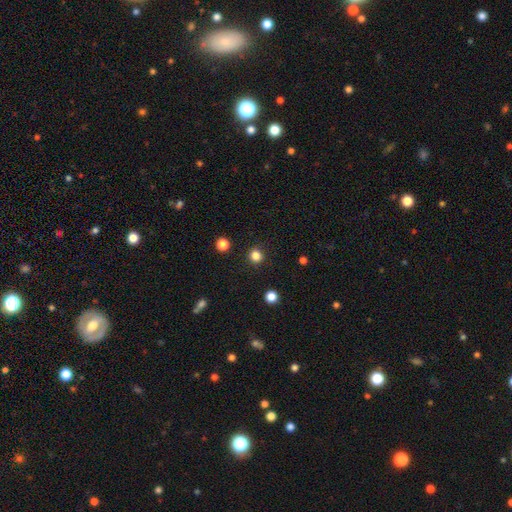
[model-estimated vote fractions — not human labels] Morphology: type=smooth (84%); roundness=round (90%); merging=none (91%).